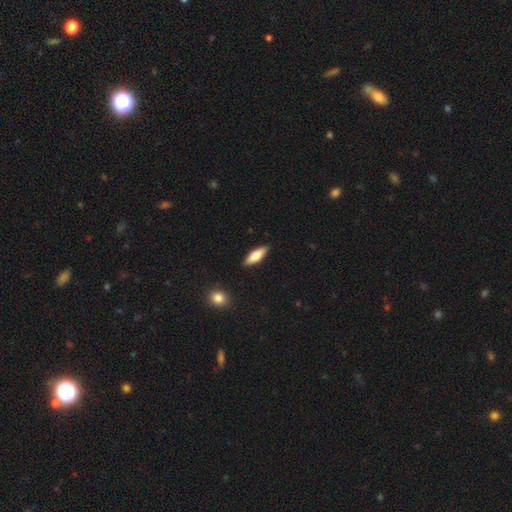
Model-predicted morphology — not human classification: This is likely a smooth galaxy (69%). How rounded: possibly in between (55%). Merging: clearly none (88%).